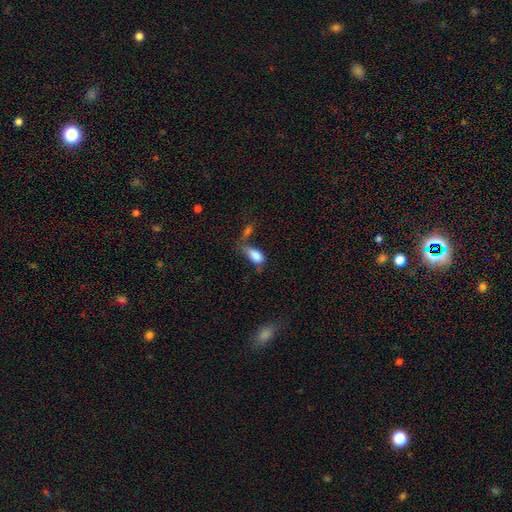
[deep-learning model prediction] Smooth or featured?
  - smooth: 82% *
  - featured or disk: 9%
  - star or artifact: 9%
How rounded?
  - in between: 90% *
  - cigar-shaped: 6%
  - round: 4%
Merging?
  - none: 31% *
  - merger: 24%
  - minor disturbance: 23%
  - major disturbance: 21%